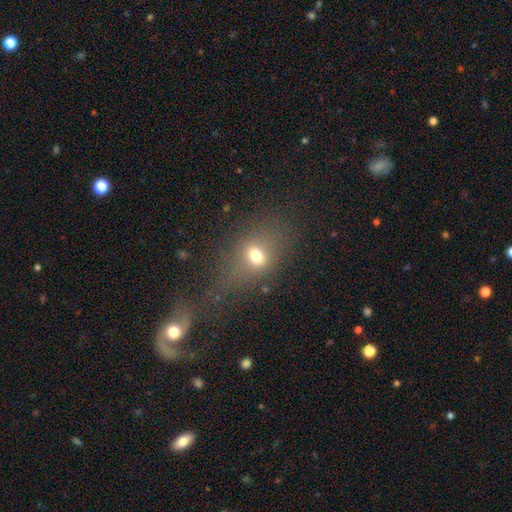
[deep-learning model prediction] The model was most divided on "how rounded": in between: 56%, round: 39%, cigar-shaped: 4%. More confident: smooth or featured — smooth (64%); merging — none (61%).